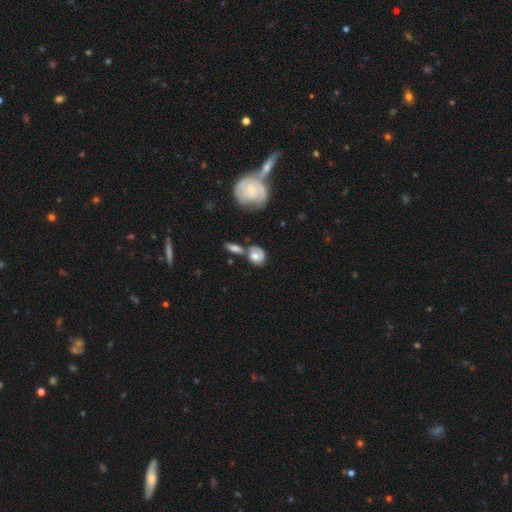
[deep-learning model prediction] smooth_or_featured: smooth (p=0.51) [alt: featured or disk p=0.41]
how_rounded: round (p=0.49) [alt: in between p=0.48]
merging: none (p=0.45) [alt: merger p=0.24]